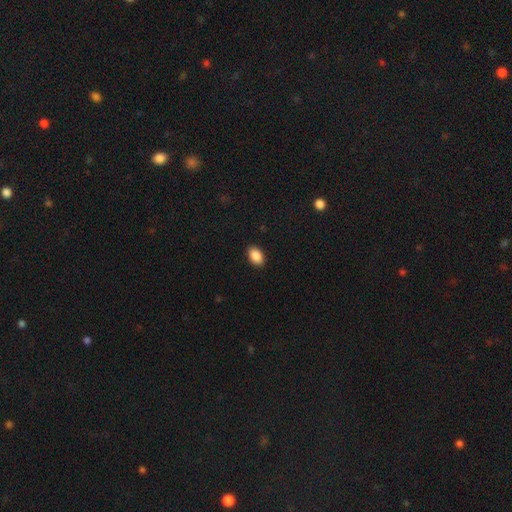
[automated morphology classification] Smooth or featured? smooth (89%)
How rounded? in between (89%)
Merging? none (90%)